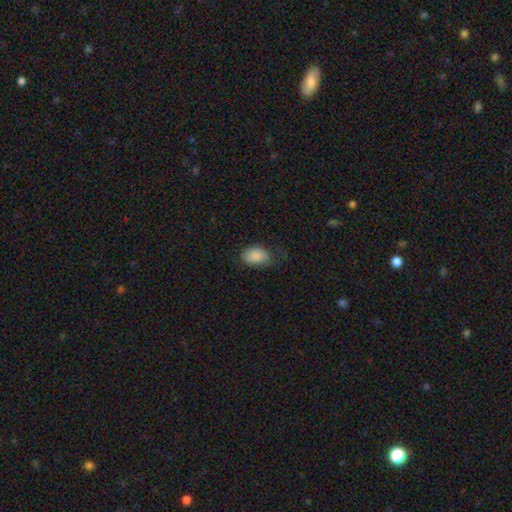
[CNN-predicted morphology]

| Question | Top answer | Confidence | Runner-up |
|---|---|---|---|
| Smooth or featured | smooth | 86% | star or artifact (7%) |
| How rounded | in between | 86% | round (13%) |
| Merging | none | 59% | minor disturbance (28%) |